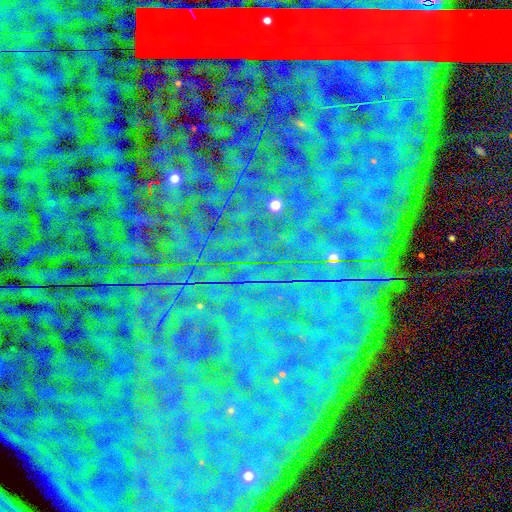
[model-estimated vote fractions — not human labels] star or artifact 84%, smooth 8%, featured or disk 8%.